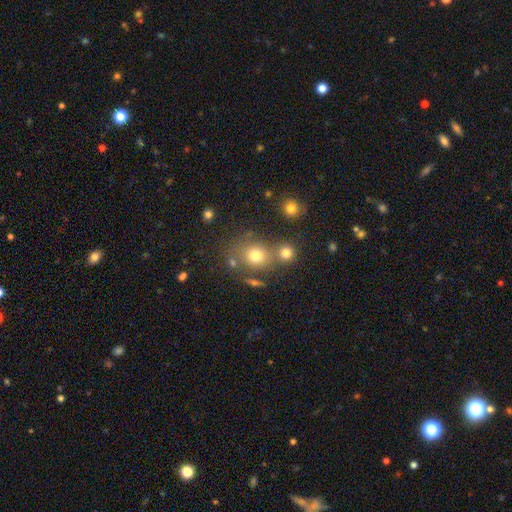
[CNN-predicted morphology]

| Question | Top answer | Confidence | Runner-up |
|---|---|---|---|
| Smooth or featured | smooth | 73% | star or artifact (16%) |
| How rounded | round | 73% | in between (26%) |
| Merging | none | 60% | merger (24%) |